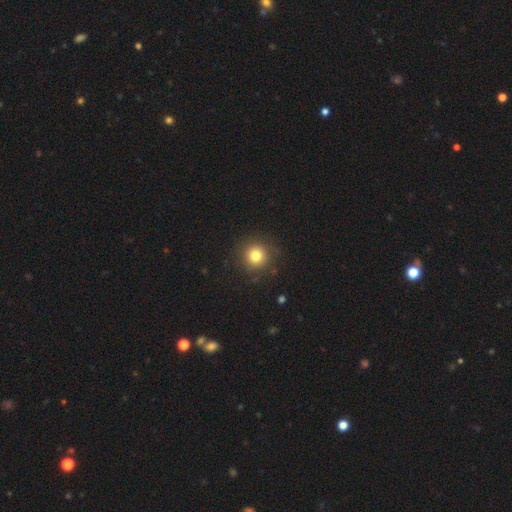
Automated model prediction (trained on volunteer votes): A smooth galaxy with no disk features (79%) that is round (94%).

Vote fractions:
- Smooth or featured? smooth: 79% / star or artifact: 13% / featured or disk: 8%
- How rounded? round: 94% / in between: 5% / cigar-shaped: 1%
- Merging? none: 88% / minor disturbance: 8% / major disturbance: 3% / merger: 1%